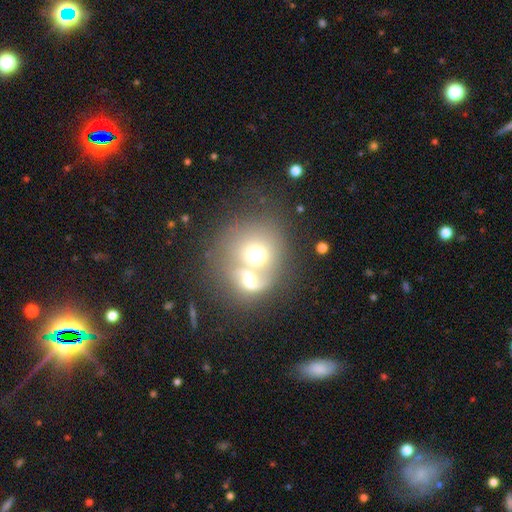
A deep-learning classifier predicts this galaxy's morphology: smooth-or-featured: smooth: 54% | featured or disk: 35% | star or artifact: 11%
  how-rounded: round: 77% | in between: 22% | cigar-shaped: 1%
  merging: merger: 69% | none: 17% | major disturbance: 7% | minor disturbance: 6%